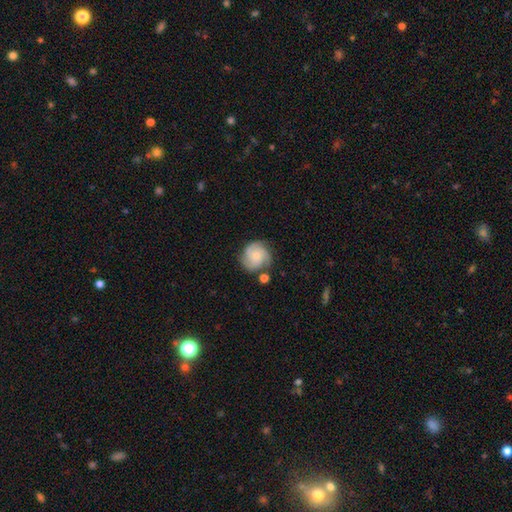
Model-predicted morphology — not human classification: featured or disk 66%, smooth 27%, star or artifact 7%. Down the decision tree: edge-on disk — no (98%); bar — no (78%); spiral arms — yes (95%); spiral arm count — 3 (57%); spiral winding — tight (55%); bulge size — small (53%); merging — none (73%).